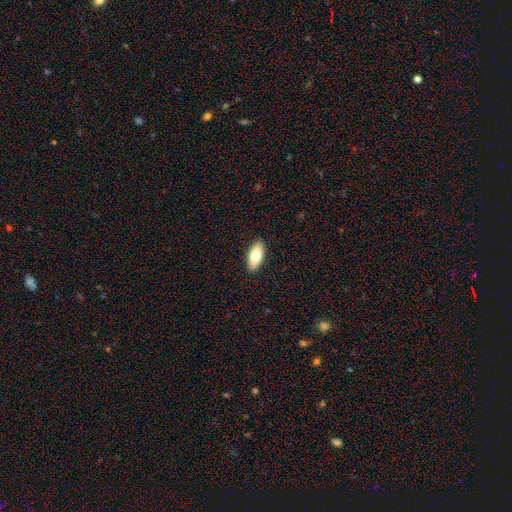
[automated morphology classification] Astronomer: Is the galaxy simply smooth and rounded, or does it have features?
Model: smooth — 76%.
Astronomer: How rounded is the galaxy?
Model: in between — 89%.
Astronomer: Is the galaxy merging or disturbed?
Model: none — 91%.